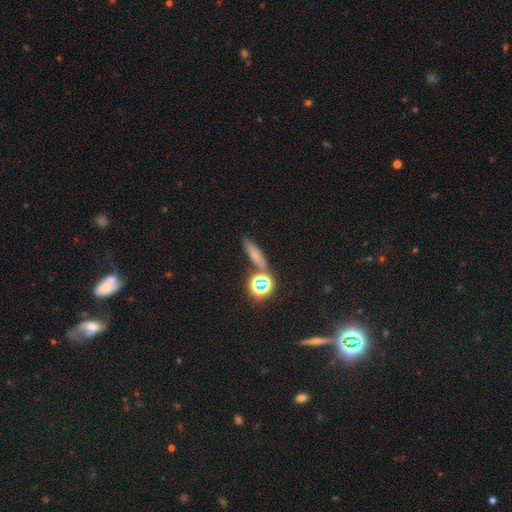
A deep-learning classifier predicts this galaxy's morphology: smooth_or_featured: smooth (p=0.63) [alt: star or artifact p=0.23]
how_rounded: cigar-shaped (p=0.60) [alt: in between p=0.26]
merging: none (p=0.76) [alt: minor disturbance p=0.10]